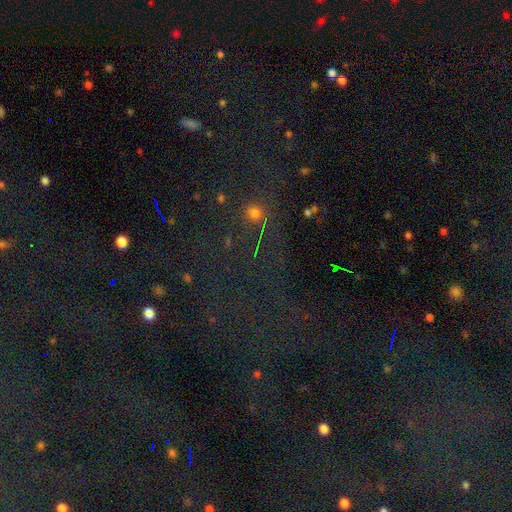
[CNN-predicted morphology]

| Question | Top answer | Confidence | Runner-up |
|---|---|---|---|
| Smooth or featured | star or artifact | 66% | smooth (22%) |